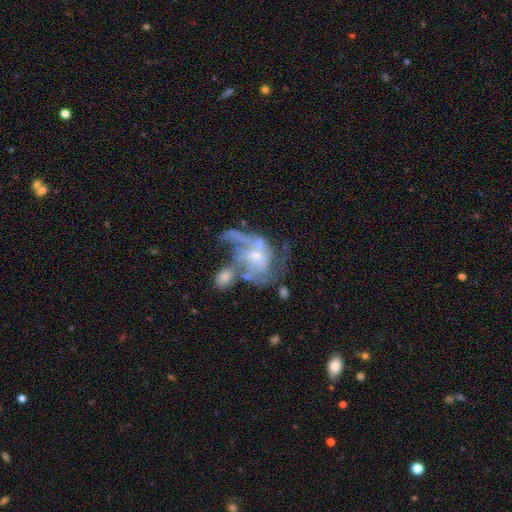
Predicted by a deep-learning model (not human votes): Overall: featured or disk (78%). Edge-on disk: no (97%). Bar: no (60%; weak 32%). Spiral arms: yes (79%). Spiral arm count: 2 (36%; can't tell 30%). Spiral winding: medium (43%; loose 32%). Bulge size: small (60%; moderate 28%). Merging: major disturbance (32%; merger 28%).